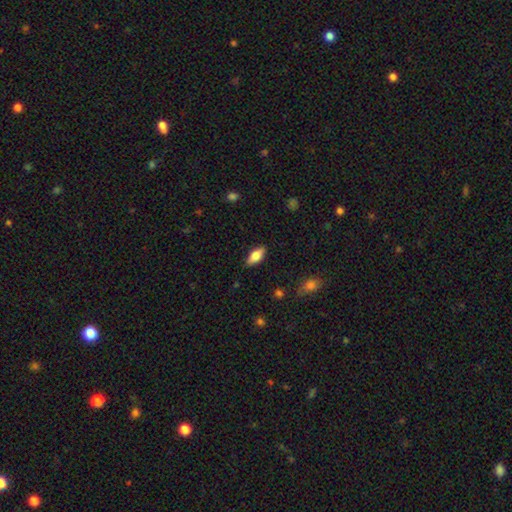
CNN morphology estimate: This appears to be a smooth galaxy with no disk features (71%) that is in between round and cigar-shaped (81%). Merging: none (85%).